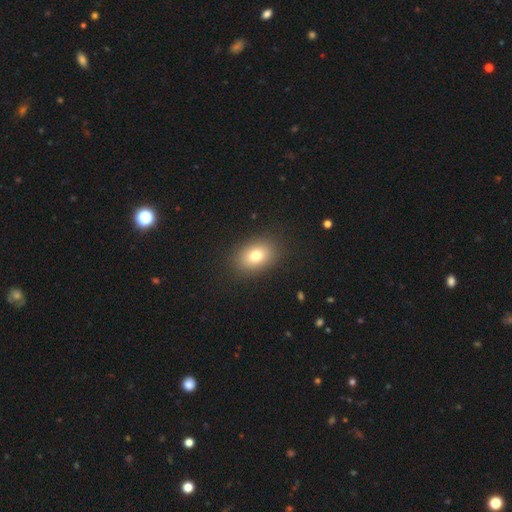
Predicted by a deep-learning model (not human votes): Smooth or featured?
  - smooth: 78% *
  - featured or disk: 12%
  - star or artifact: 11%
How rounded?
  - in between: 74% *
  - round: 24%
  - cigar-shaped: 1%
Merging?
  - none: 88% *
  - minor disturbance: 8%
  - major disturbance: 3%
  - merger: 1%